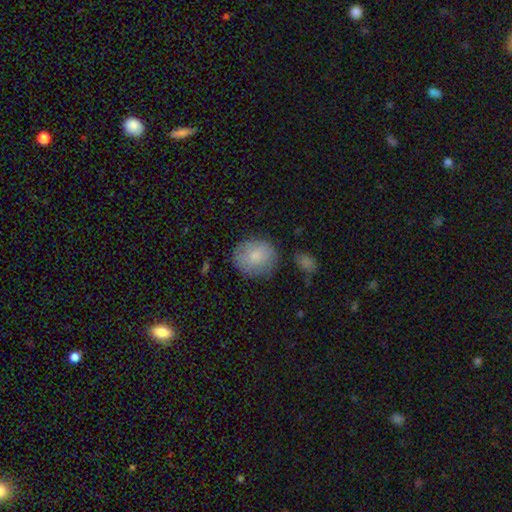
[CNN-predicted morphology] Q: Smooth or featured?
A: smooth (80%); runner-up: featured or disk (13%)
Q: How rounded?
A: round (78%); runner-up: in between (21%)
Q: Merging?
A: none (74%); runner-up: minor disturbance (18%)